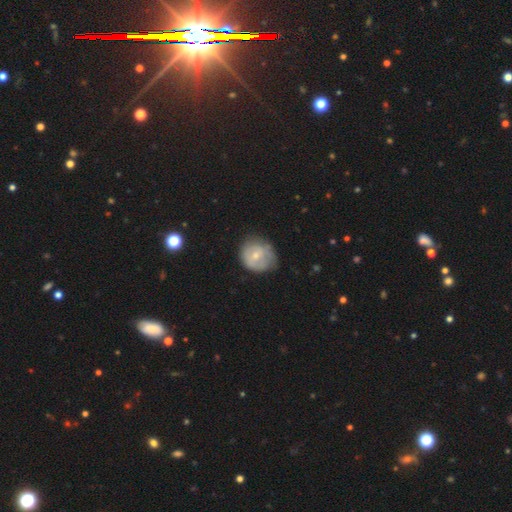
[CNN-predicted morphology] Smooth or featured? smooth (51%)
How rounded? round (77%)
Merging? none (61%)